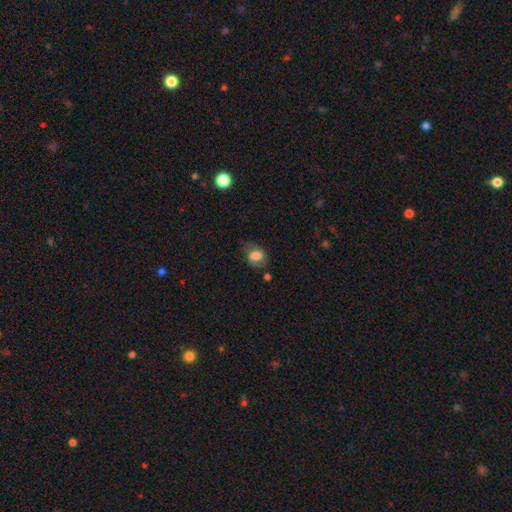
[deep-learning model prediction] A smooth galaxy with no disk features (58%) that is in between round and cigar-shaped (64%).

Vote fractions:
- Smooth or featured? smooth: 58% / featured or disk: 32% / star or artifact: 9%
- How rounded? in between: 64% / round: 34% / cigar-shaped: 1%
- Merging? none: 60% / minor disturbance: 25% / major disturbance: 11% / merger: 4%